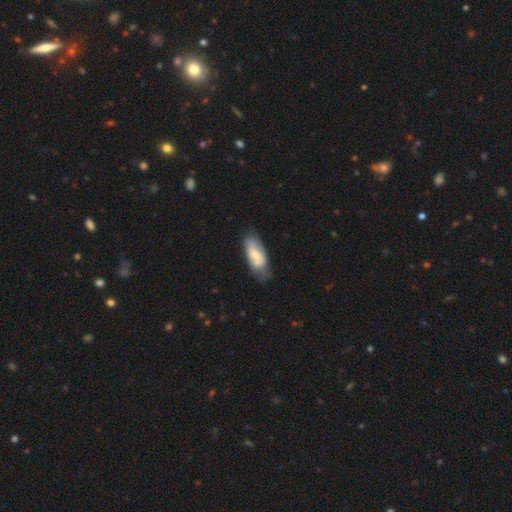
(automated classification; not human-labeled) smooth-or-featured: smooth: 54% | featured or disk: 40% | star or artifact: 6%
  how-rounded: in between: 84% | cigar-shaped: 14% | round: 2%
  merging: none: 52% | minor disturbance: 31% | major disturbance: 11% | merger: 7%